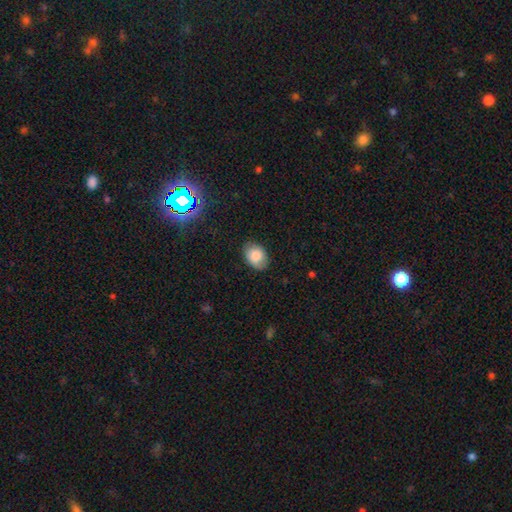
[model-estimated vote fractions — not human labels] A smooth galaxy with no disk features (83%) that is in between round and cigar-shaped (74%).

Vote fractions:
- Smooth or featured? smooth: 83% / featured or disk: 9% / star or artifact: 8%
- How rounded? in between: 74% / round: 25% / cigar-shaped: 1%
- Merging? none: 82% / minor disturbance: 15% / major disturbance: 3% / merger: 1%